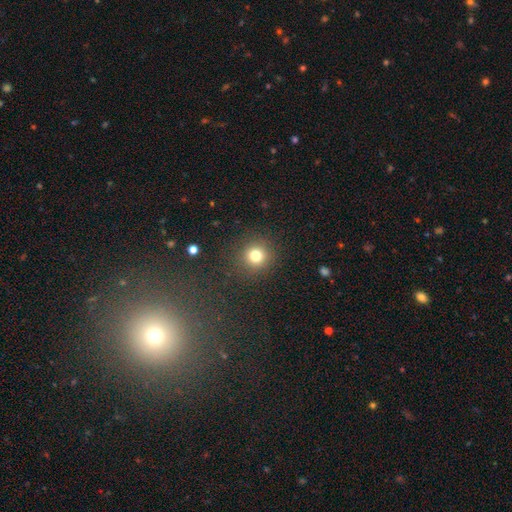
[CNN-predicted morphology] Smooth or featured: smooth — 78% (star or artifact — 15%)
How rounded: round — 93% (in between — 6%)
Merging: none — 88% (minor disturbance — 7%)